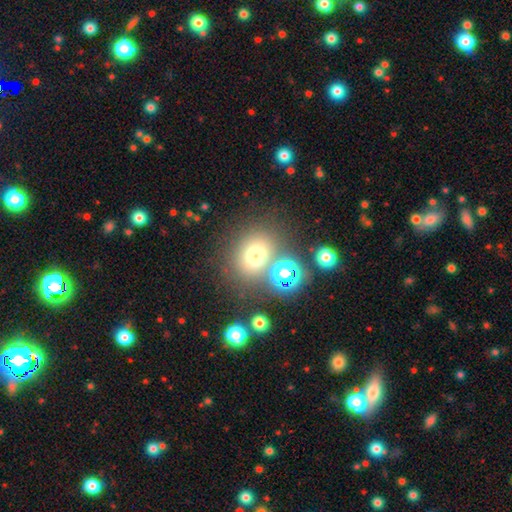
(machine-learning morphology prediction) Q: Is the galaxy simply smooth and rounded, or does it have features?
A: smooth — 70%.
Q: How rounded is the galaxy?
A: round — 66%.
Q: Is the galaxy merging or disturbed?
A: none — 67%.